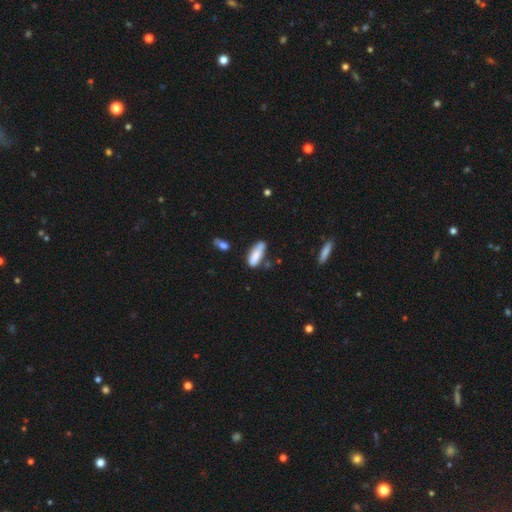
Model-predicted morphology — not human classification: Smooth or featured? smooth (83%)
How rounded? in between (57%)
Merging? none (58%)